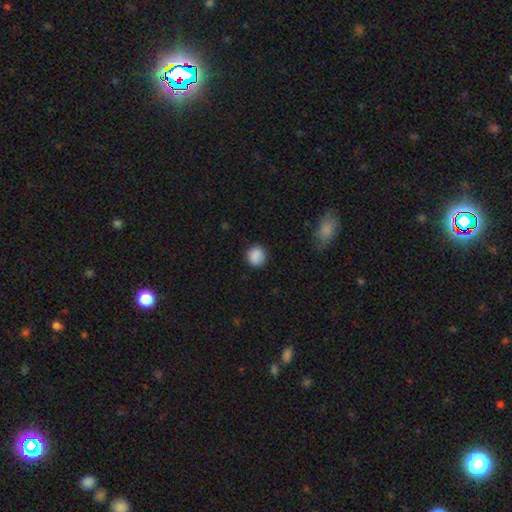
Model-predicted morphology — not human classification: A smooth galaxy with no disk features (88%) that is round (88%).

Vote fractions:
- Smooth or featured? smooth: 88% / star or artifact: 9% / featured or disk: 3%
- How rounded? round: 88% / in between: 11% / cigar-shaped: 1%
- Merging? none: 87% / minor disturbance: 9% / major disturbance: 3% / merger: 1%